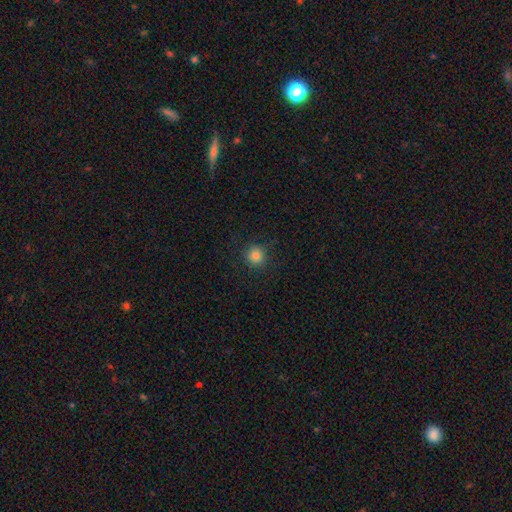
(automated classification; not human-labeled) Overall: smooth (82%). How rounded: round (94%). Merging: none (88%).